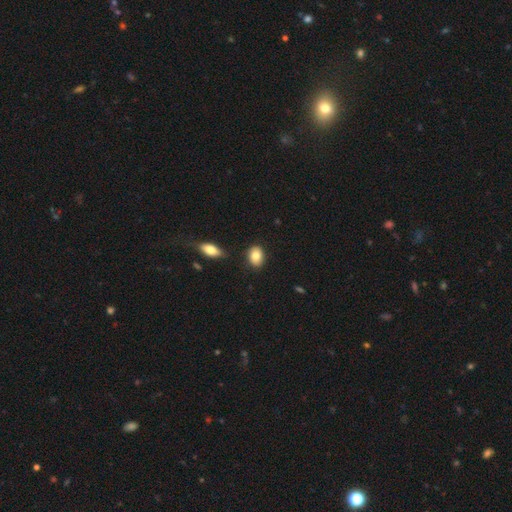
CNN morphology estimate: Smooth or featured? smooth (84%)
How rounded? in between (71%)
Merging? none (84%)